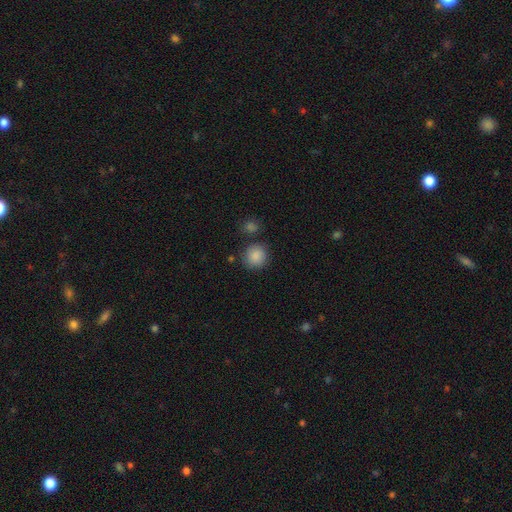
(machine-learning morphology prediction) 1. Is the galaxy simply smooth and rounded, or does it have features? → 88% smooth, 9% star or artifact, 4% featured or disk.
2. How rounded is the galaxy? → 91% round, 8% in between, 1% cigar-shaped.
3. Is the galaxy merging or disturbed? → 80% none, 10% minor disturbance, 7% merger, 3% major disturbance.